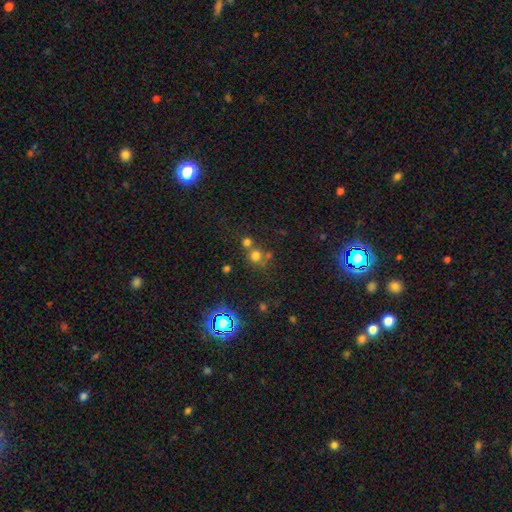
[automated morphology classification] smooth 66%, star or artifact 24%, featured or disk 9%. Down the decision tree: how rounded — round (88%); merging — none (54%).